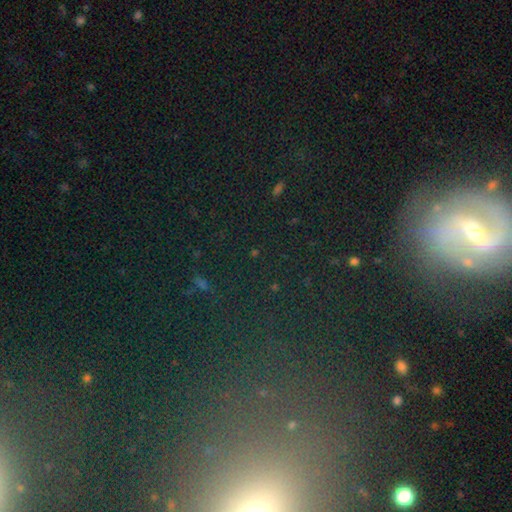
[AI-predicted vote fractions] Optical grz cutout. It shows a star or artifact, not a galaxy (63%).